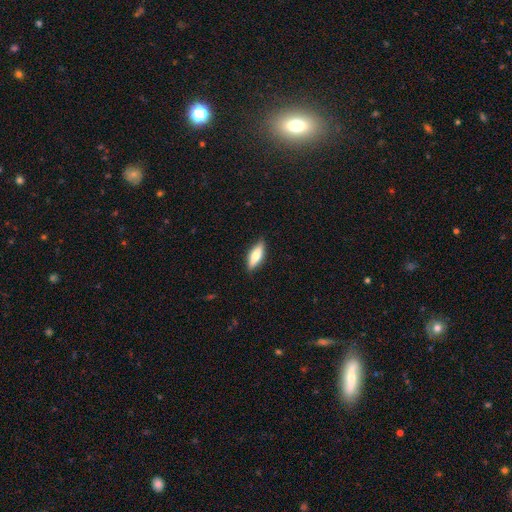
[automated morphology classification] Smooth or featured? smooth (67%)
How rounded? in between (53%)
Merging? none (87%)